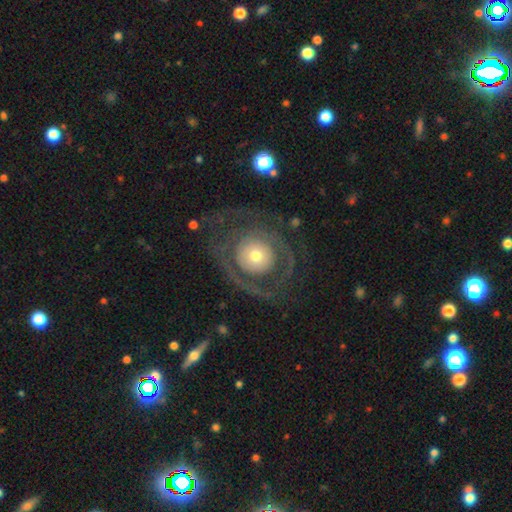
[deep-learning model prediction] smooth-or-featured: featured or disk: 69% | smooth: 25% | star or artifact: 6%
  disk-edge-on: no: 96% | yes: 4%
    bar: no: 86% | weak: 10% | strong: 4%
    has-spiral-arms: yes: 62% | no: 38%
    bulge-size: moderate: 52% | small: 33% | large: 12% | dominant: 2% | none: 1%
  merging: none: 63% | major disturbance: 23% | minor disturbance: 13% | merger: 2%